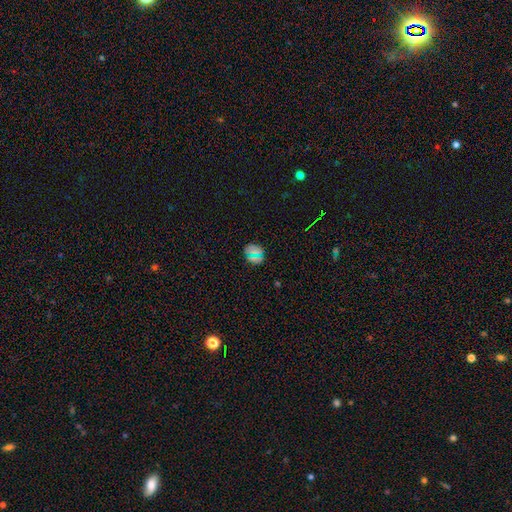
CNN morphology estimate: Smooth or featured? Predicted: smooth (p=0.63). How rounded? Predicted: round (p=0.61). Merging? Predicted: none (p=0.84).